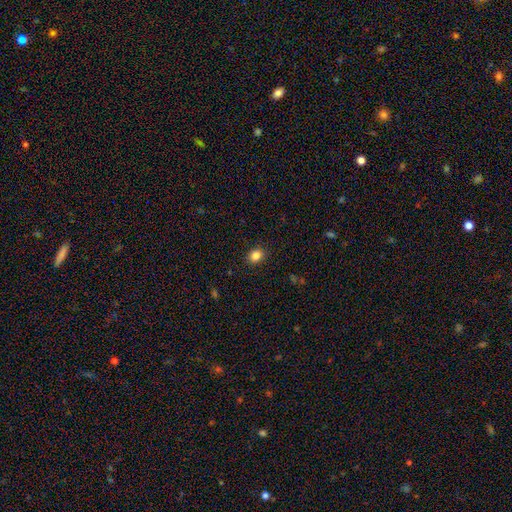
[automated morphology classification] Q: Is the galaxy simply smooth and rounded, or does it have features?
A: smooth — 84%.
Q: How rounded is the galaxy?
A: round — 52%.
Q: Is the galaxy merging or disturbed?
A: none — 90%.